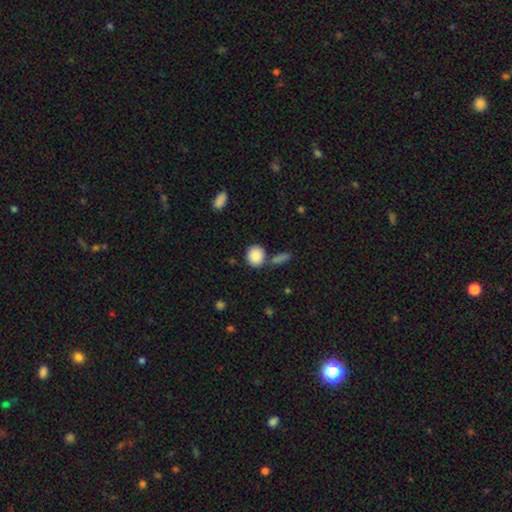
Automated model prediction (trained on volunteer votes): A smooth galaxy with no disk features (88%) that is round (75%).

Vote fractions:
- Smooth or featured? smooth: 88% / star or artifact: 7% / featured or disk: 5%
- How rounded? round: 75% / in between: 23% / cigar-shaped: 2%
- Merging? none: 73% / merger: 14% / minor disturbance: 10% / major disturbance: 3%